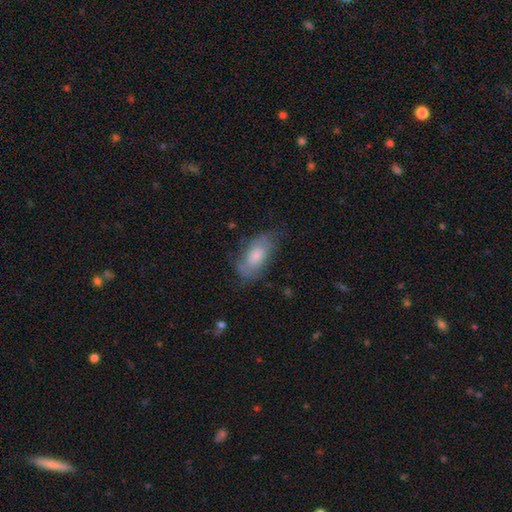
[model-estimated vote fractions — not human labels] Smooth or featured: smooth — 56% (featured or disk — 36%)
How rounded: in between — 87% (cigar-shaped — 9%)
Merging: none — 61% (minor disturbance — 26%)